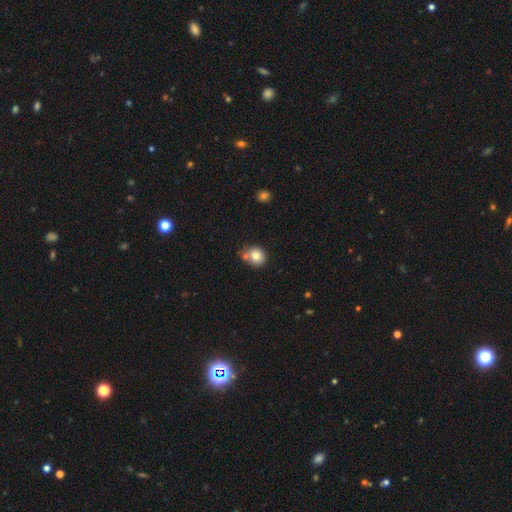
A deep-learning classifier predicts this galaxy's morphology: Smooth or featured: smooth — 79% (featured or disk — 11%)
How rounded: round — 78% (in between — 21%)
Merging: none — 57% (merger — 23%)